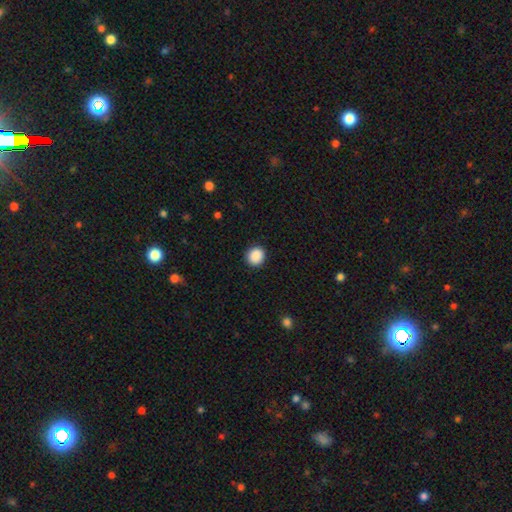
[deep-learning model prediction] Overall: smooth (89%). How rounded: round (89%). Merging: none (92%).